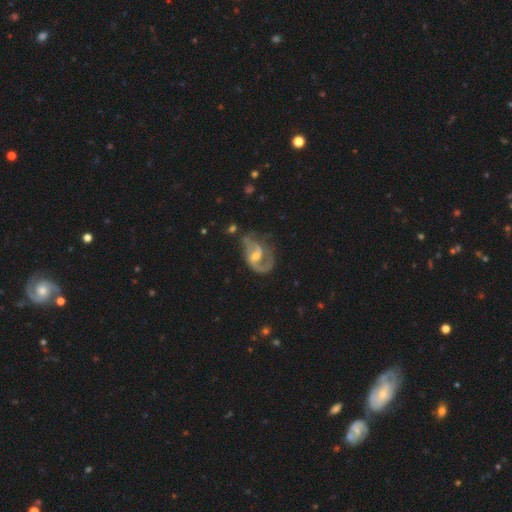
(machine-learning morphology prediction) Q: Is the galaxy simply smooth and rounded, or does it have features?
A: featured or disk — 85%.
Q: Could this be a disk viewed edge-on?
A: no — 97%.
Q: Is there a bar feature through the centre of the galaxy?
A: weak — 52%.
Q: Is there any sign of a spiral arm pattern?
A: yes — 92%.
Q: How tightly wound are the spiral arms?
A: medium — 48%.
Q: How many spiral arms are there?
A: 2 — 75%.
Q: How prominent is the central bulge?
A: moderate — 51%.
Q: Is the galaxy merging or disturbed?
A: none — 47%.